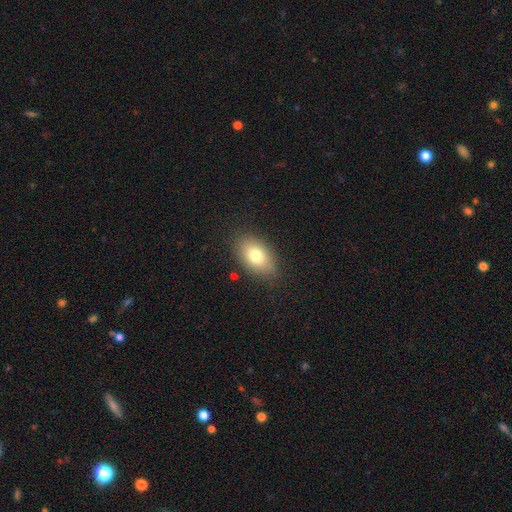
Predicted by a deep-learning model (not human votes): smooth-or-featured: smooth: 77% | featured or disk: 14% | star or artifact: 9%
  how-rounded: in between: 89% | round: 9% | cigar-shaped: 2%
  merging: none: 84% | minor disturbance: 12% | major disturbance: 3% | merger: 1%